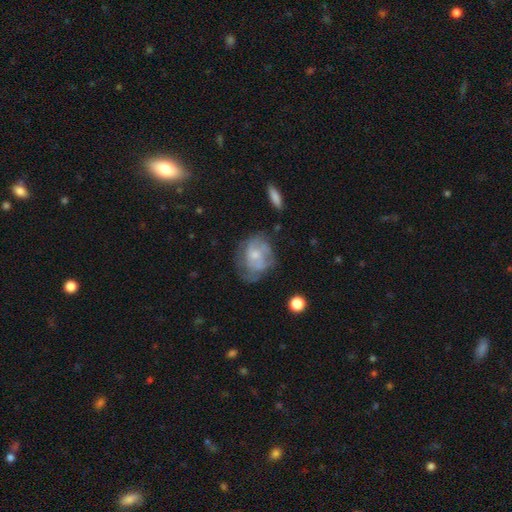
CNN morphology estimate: Smooth or featured? Predicted: featured or disk (p=0.55). Edge-on disk? Predicted: no (p=0.97). Bar? Predicted: no (p=0.77). Spiral arms? Predicted: yes (p=0.53). Bulge size? Predicted: small (p=0.51). Merging? Predicted: none (p=0.47).